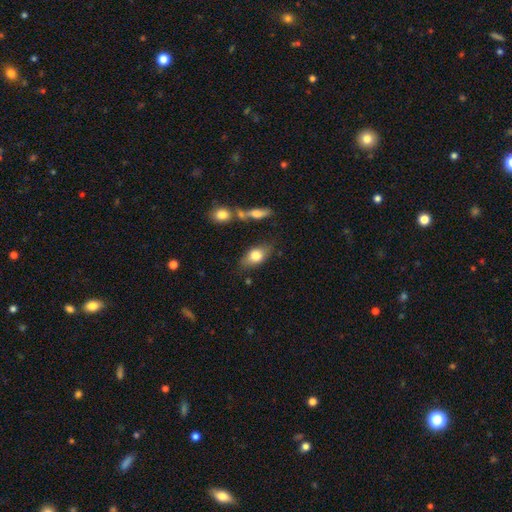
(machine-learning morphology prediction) type=smooth (74%); roundness=in between (83%); merging=none (70%).